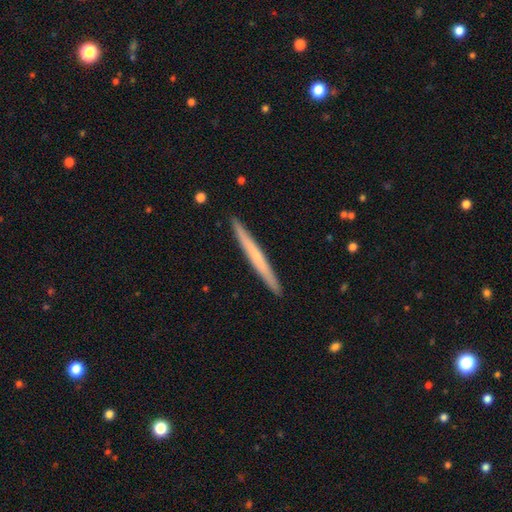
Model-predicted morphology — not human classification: Smooth or featured? Predicted: featured or disk (p=0.48). Merging? Predicted: none (p=0.93).